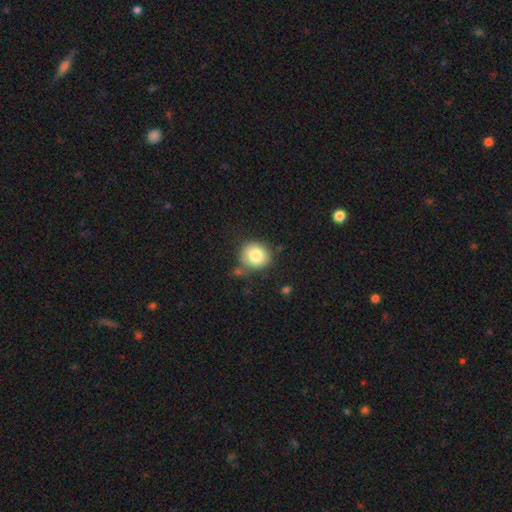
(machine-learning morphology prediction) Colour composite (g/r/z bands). It shows a smooth galaxy with no disk features (82%) that is round (85%). Merging: none (73%).